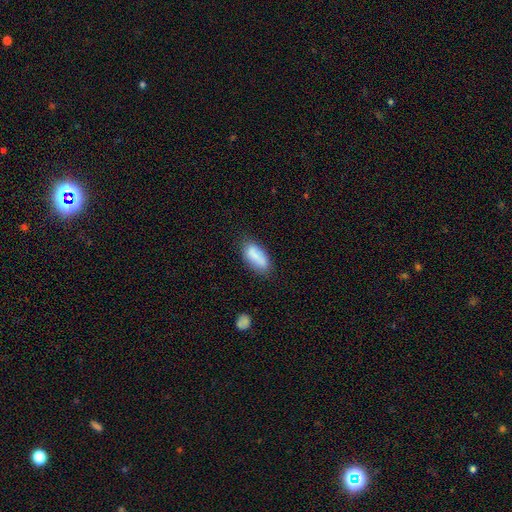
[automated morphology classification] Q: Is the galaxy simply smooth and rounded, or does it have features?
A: smooth — 81%.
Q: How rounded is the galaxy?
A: in between — 85%.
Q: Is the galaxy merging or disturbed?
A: none — 68%.